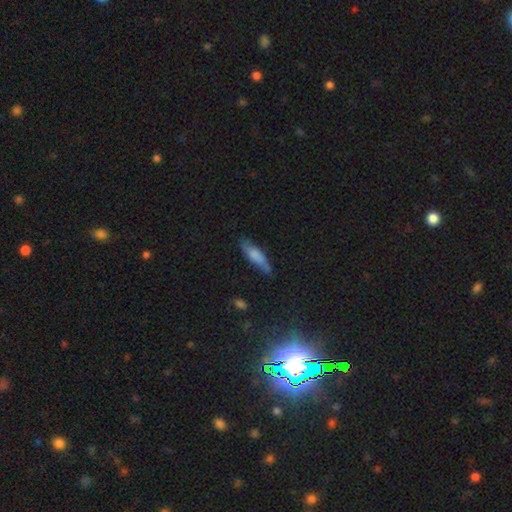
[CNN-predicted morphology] Q: Smooth or featured?
A: smooth (72%); runner-up: featured or disk (22%)
Q: How rounded?
A: cigar-shaped (61%); runner-up: in between (37%)
Q: Merging?
A: none (67%); runner-up: minor disturbance (25%)